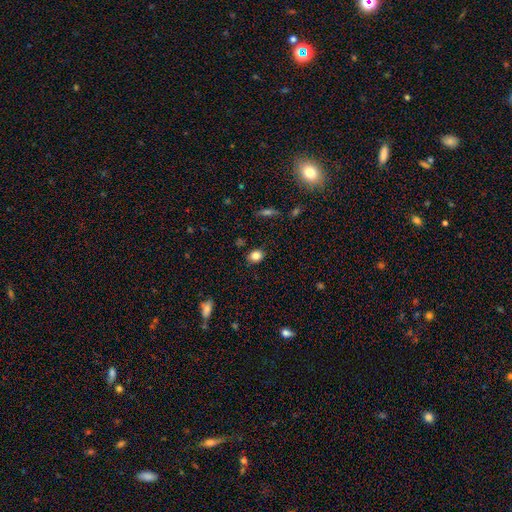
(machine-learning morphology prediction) A smooth galaxy with no disk features (83%) that is round (57%).

Vote fractions:
- Smooth or featured? smooth: 83% / star or artifact: 10% / featured or disk: 6%
- How rounded? round: 57% / in between: 42% / cigar-shaped: 1%
- Merging? none: 86% / minor disturbance: 10% / major disturbance: 2% / merger: 1%